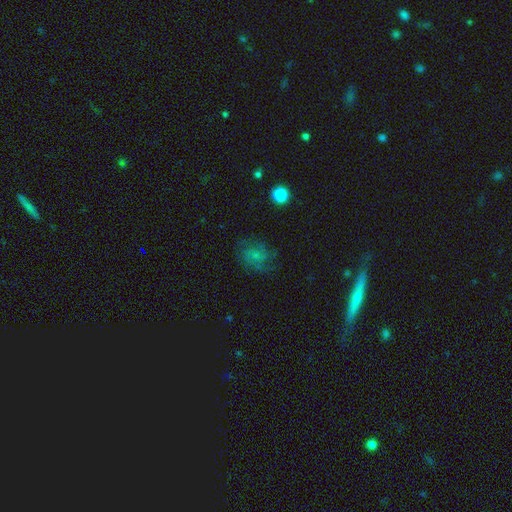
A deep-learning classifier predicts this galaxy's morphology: Smooth or featured? featured or disk (49%)
Merging? none (66%)